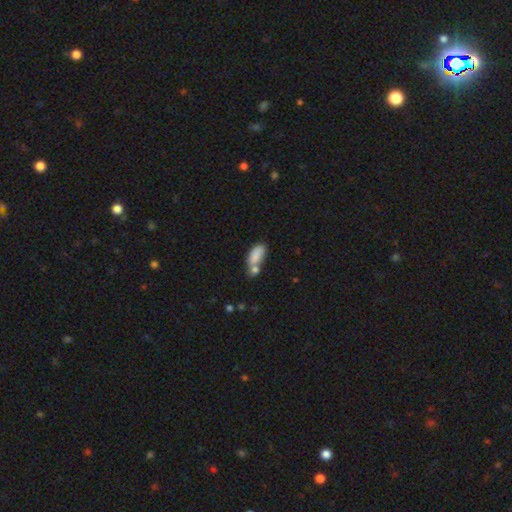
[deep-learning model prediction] Smooth or featured? Predicted: smooth (p=0.83). How rounded? Predicted: in between (p=0.84). Merging? Predicted: merger (p=0.43).